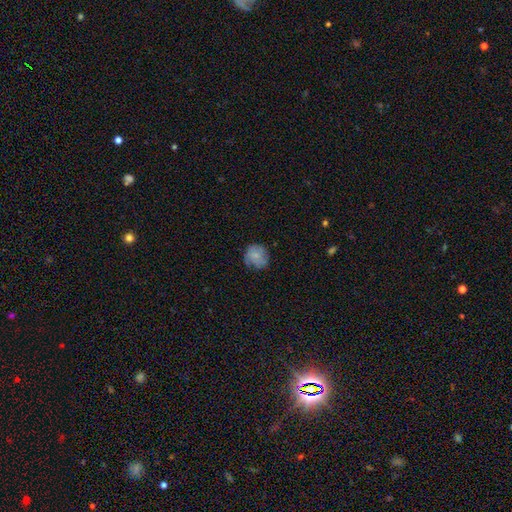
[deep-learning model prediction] Smooth or featured? Predicted: smooth (p=0.62). How rounded? Predicted: round (p=0.83). Merging? Predicted: none (p=0.66).